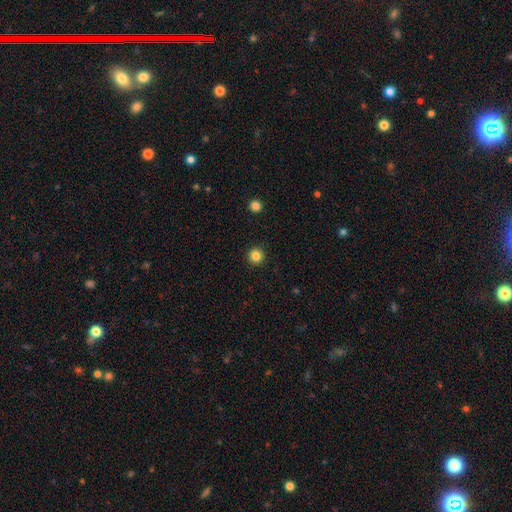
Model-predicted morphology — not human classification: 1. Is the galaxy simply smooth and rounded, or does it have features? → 83% smooth, 13% star or artifact, 4% featured or disk.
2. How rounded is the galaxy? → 96% round, 3% in between, 1% cigar-shaped.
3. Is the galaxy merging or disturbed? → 93% none, 4% minor disturbance, 2% major disturbance, 1% merger.